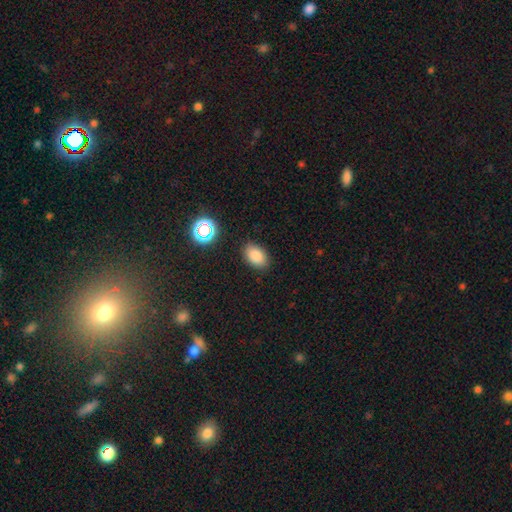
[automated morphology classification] Smooth or featured? Predicted: smooth (p=0.83). How rounded? Predicted: in between (p=0.89). Merging? Predicted: none (p=0.86).